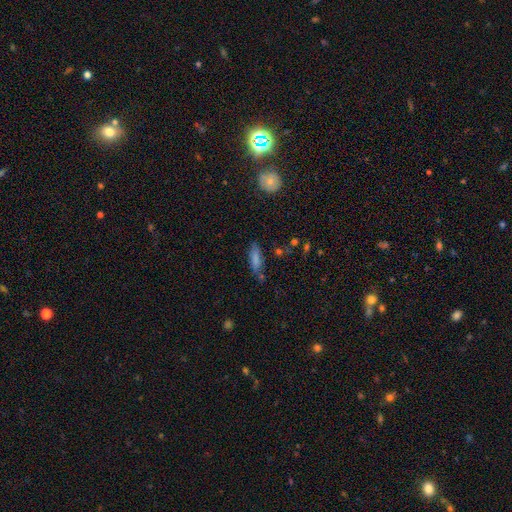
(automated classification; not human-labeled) Smooth or featured? Predicted: smooth (p=0.59). How rounded? Predicted: cigar-shaped (p=0.62). Merging? Predicted: none (p=0.72).